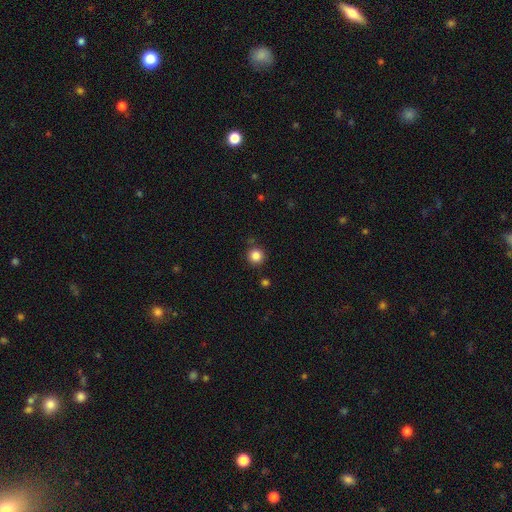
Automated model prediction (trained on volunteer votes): smooth_or_featured: smooth (p=0.85) [alt: star or artifact p=0.11]
how_rounded: round (p=0.95) [alt: in between p=0.04]
merging: none (p=0.88) [alt: minor disturbance p=0.07]